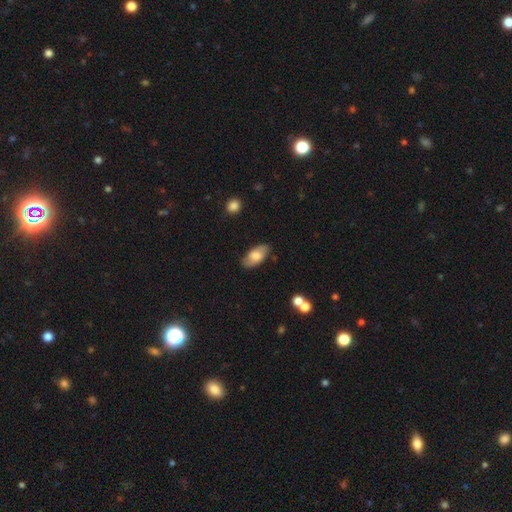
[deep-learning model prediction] This appears to be a smooth galaxy with no disk features (62%) that is in between round and cigar-shaped (92%). Merging: none (80%).